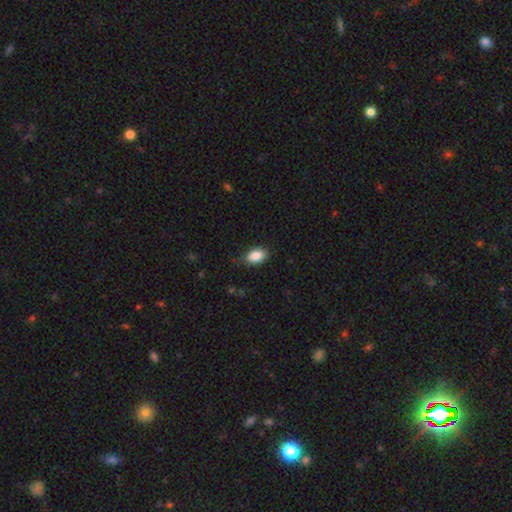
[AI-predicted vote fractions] A smooth galaxy with no disk features (88%) that is in between round and cigar-shaped (90%). Merging: none (79%).